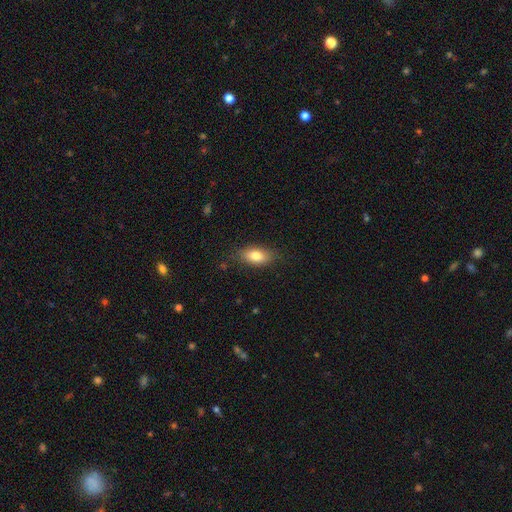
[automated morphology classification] Smooth or featured? Predicted: smooth (p=0.80). How rounded? Predicted: in between (p=0.86). Merging? Predicted: none (p=0.81).